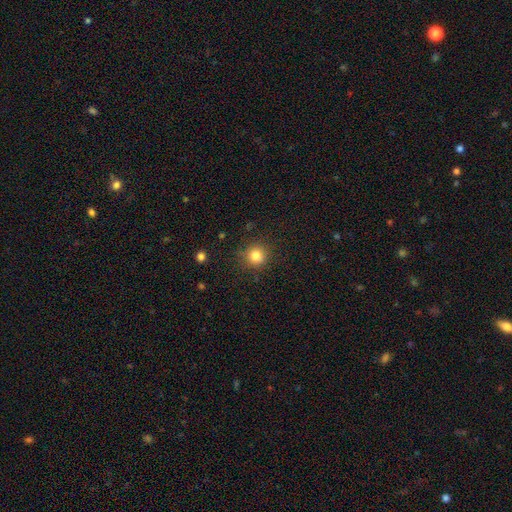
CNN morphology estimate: smooth_or_featured: smooth (p=0.82) [alt: star or artifact p=0.13]
how_rounded: round (p=0.91) [alt: in between p=0.08]
merging: none (p=0.86) [alt: minor disturbance p=0.10]